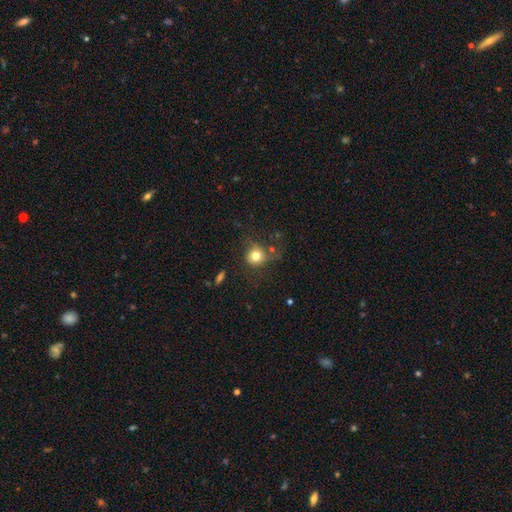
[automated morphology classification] smooth 76%, star or artifact 12%, featured or disk 12%. Down the decision tree: how rounded — round (85%); merging — none (54%).